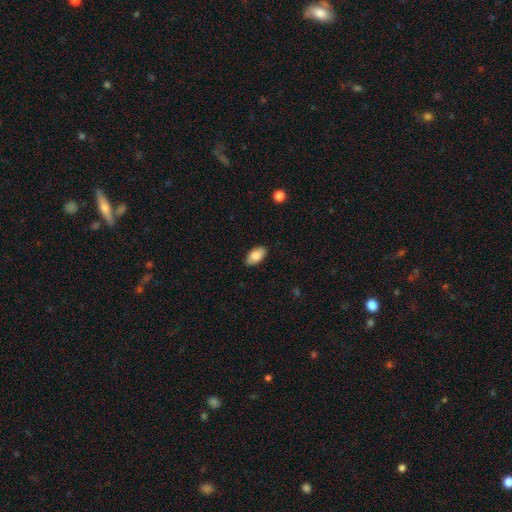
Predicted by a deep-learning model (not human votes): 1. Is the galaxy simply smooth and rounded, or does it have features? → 85% smooth, 8% featured or disk, 7% star or artifact.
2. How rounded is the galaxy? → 95% in between, 3% round, 2% cigar-shaped.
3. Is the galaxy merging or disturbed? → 88% none, 9% minor disturbance, 2% major disturbance, 1% merger.